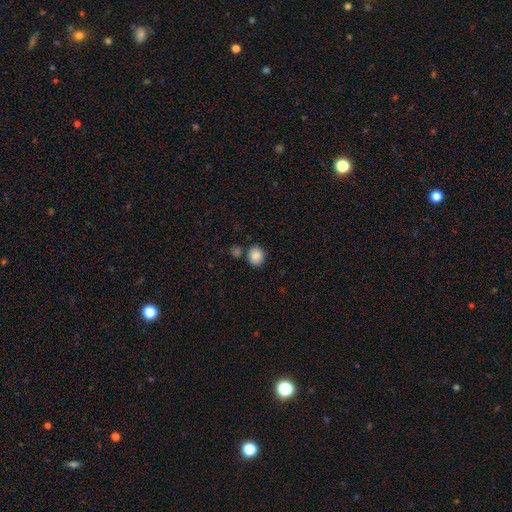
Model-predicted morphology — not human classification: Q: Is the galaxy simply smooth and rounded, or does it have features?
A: smooth — 87%.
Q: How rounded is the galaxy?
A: round — 75%.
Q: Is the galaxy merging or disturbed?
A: none — 75%.